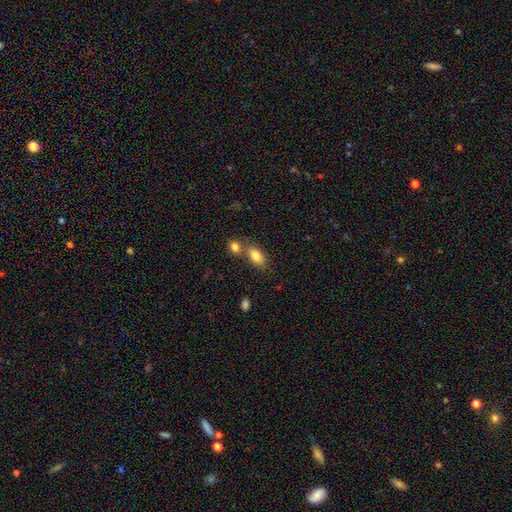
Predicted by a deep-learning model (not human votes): Smooth or featured? smooth (82%)
How rounded? in between (88%)
Merging? none (53%)